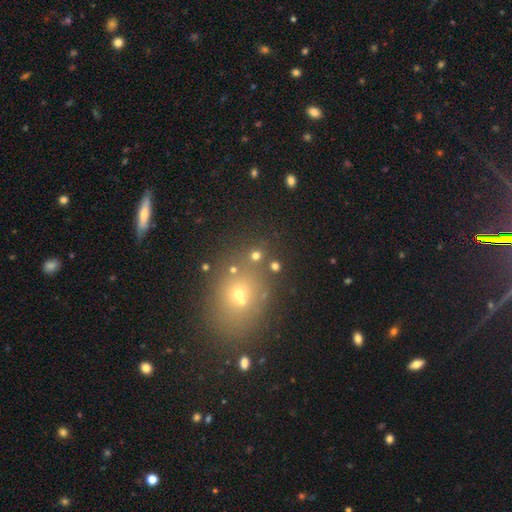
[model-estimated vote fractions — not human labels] Overall: smooth (63%; star or artifact 27%). How rounded: round (86%). Merging: none (72%).